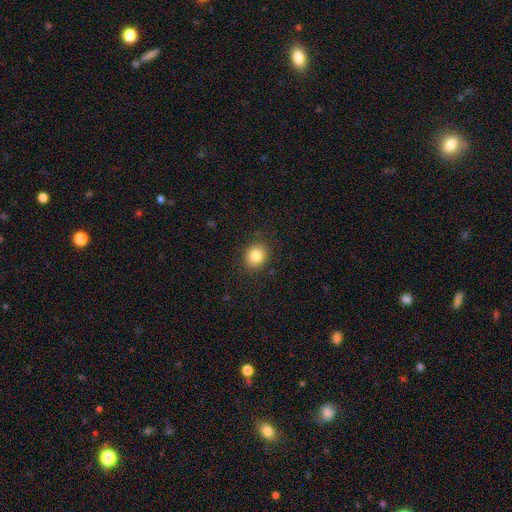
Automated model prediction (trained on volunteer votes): Smooth or featured?
  - smooth: 83% *
  - star or artifact: 10%
  - featured or disk: 7%
How rounded?
  - round: 70% *
  - in between: 29%
  - cigar-shaped: 1%
Merging?
  - none: 88% *
  - minor disturbance: 8%
  - major disturbance: 3%
  - merger: 1%